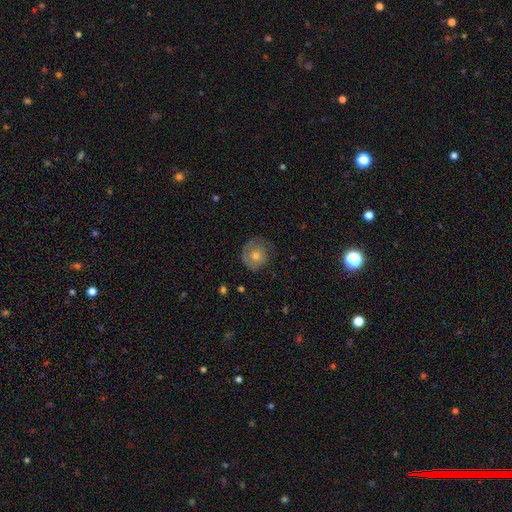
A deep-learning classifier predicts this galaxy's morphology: Smooth or featured: featured or disk — 53% (smooth — 37%)
Edge-on disk: no — 97% (yes — 3%)
Bar: no — 86% (weak — 12%)
Spiral arms: yes — 68% (no — 32%)
Bulge size: moderate — 65% (small — 27%)
Merging: none — 72% (minor disturbance — 18%)